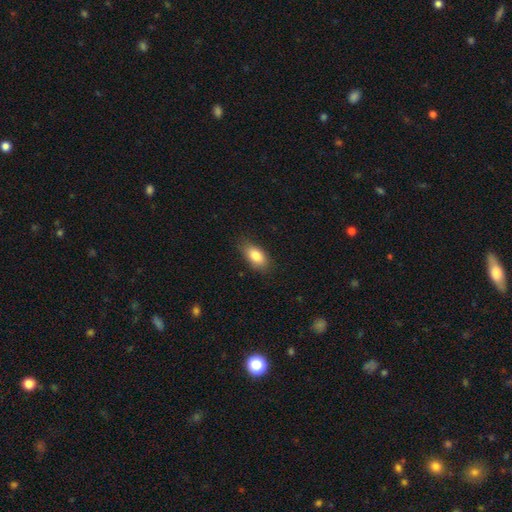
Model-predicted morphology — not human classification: Overall: smooth (84%). How rounded: in between (89%). Merging: none (82%).